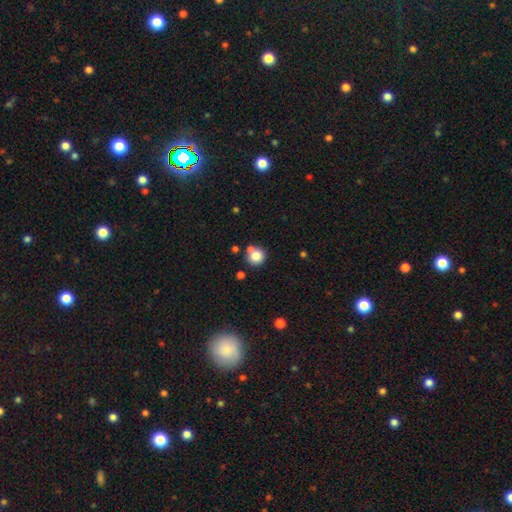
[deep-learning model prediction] A smooth galaxy with no disk features (82%) that is round (91%).

Vote fractions:
- Smooth or featured? smooth: 82% / star or artifact: 10% / featured or disk: 8%
- How rounded? round: 91% / in between: 8% / cigar-shaped: 1%
- Merging? none: 63% / merger: 22% / minor disturbance: 11% / major disturbance: 4%